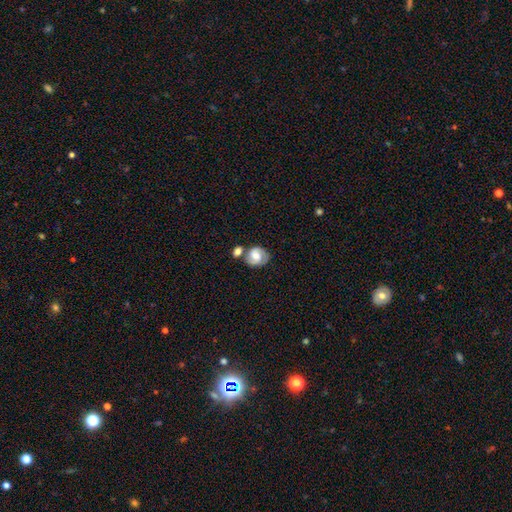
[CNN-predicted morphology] smooth-or-featured: featured or disk: 56% | smooth: 37% | star or artifact: 7%
  disk-edge-on: no: 97% | yes: 3%
    bar: no: 46% | weak: 41% | strong: 13%
    has-spiral-arms: yes: 84% | no: 16%
    bulge-size: moderate: 57% | small: 18% | large: 18% | none: 4% | dominant: 2%
  merging: none: 52% | merger: 24% | minor disturbance: 18% | major disturbance: 7%